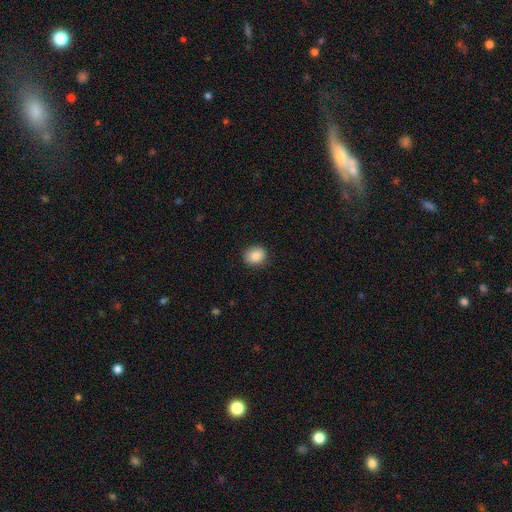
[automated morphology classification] Overall: smooth (85%). How rounded: round (72%). Merging: none (89%).